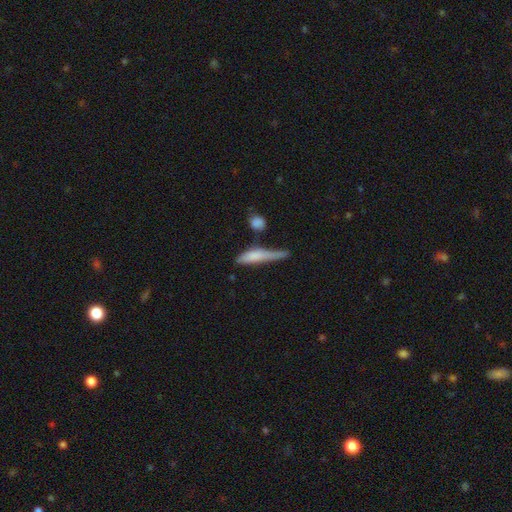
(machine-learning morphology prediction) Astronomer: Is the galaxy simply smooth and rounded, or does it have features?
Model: smooth — 68%.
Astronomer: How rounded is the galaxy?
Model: cigar-shaped — 79%.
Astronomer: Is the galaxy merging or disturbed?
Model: none — 39% (runner-up: minor disturbance, 30%).